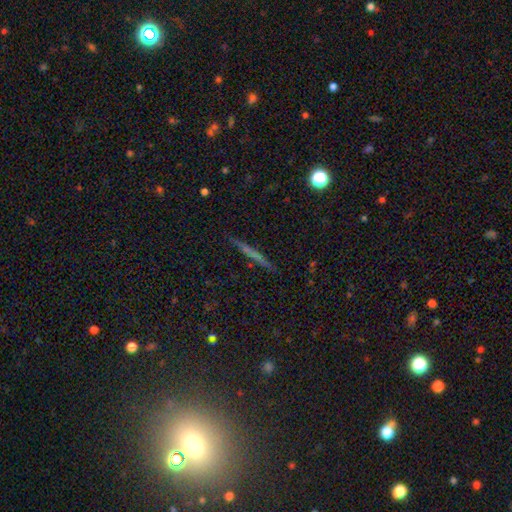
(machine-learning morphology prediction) type=featured or disk (46%); merging=none (91%).